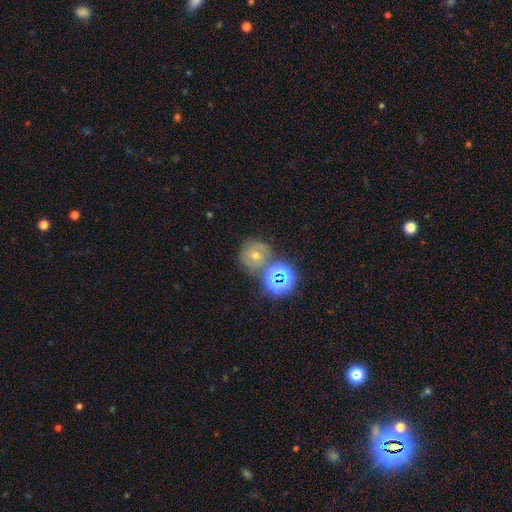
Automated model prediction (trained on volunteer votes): Q: Smooth or featured?
A: star or artifact (39%); runner-up: smooth (31%)